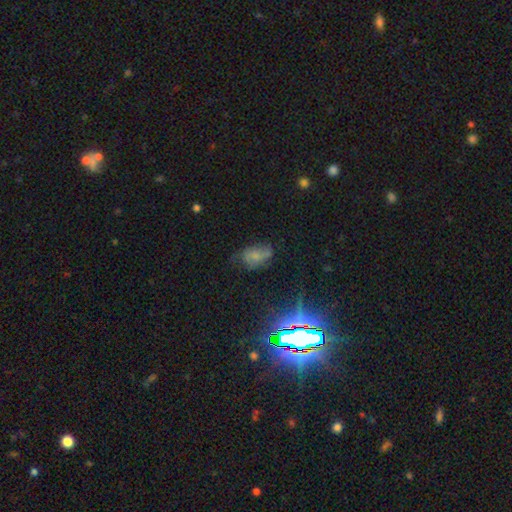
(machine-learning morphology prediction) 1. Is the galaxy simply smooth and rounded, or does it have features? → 45% smooth, 32% featured or disk, 23% star or artifact.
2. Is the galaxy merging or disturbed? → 47% none, 31% minor disturbance, 19% major disturbance, 4% merger.